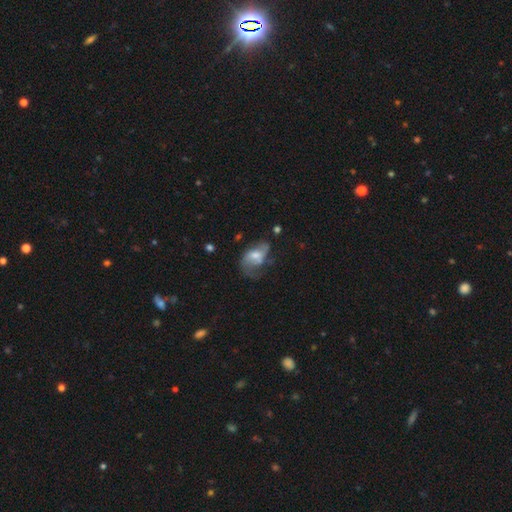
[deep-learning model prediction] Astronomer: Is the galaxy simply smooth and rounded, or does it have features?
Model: featured or disk — 52% (runner-up: smooth, 39%).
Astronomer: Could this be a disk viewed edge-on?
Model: no — 96%.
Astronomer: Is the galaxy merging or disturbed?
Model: major disturbance — 38% (runner-up: none, 32%).